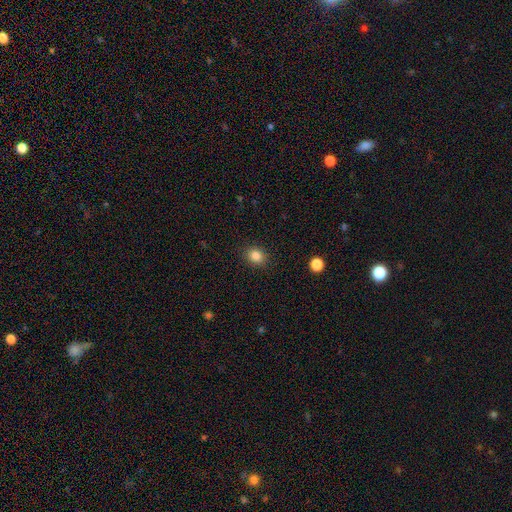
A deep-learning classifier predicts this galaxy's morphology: The model was most divided on "how rounded": round: 56%, in between: 43%, cigar-shaped: 1%. More confident: merging — none (89%); smooth or featured — smooth (85%).